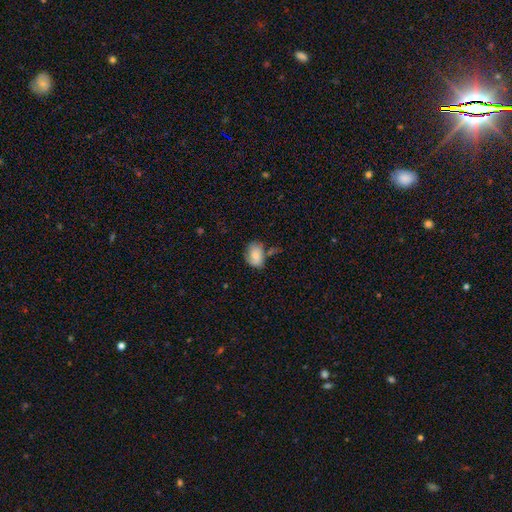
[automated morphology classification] smooth_or_featured: smooth (p=0.72) [alt: featured or disk p=0.20]
how_rounded: in between (p=0.72) [alt: round p=0.27]
merging: none (p=0.47) [alt: minor disturbance p=0.30]